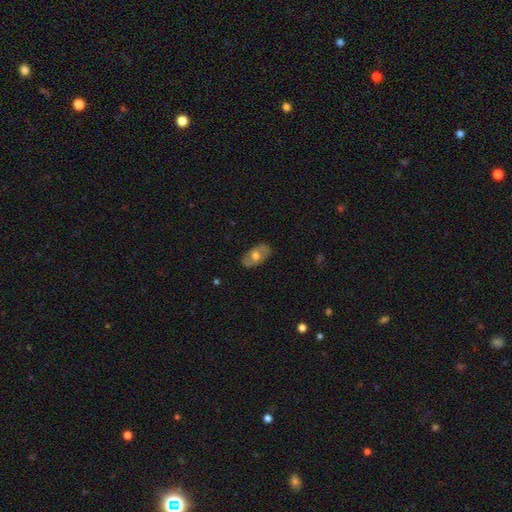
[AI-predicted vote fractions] This appears to be a smooth galaxy with no disk features (52%) that is in between round and cigar-shaped (91%). Merging: none (83%).